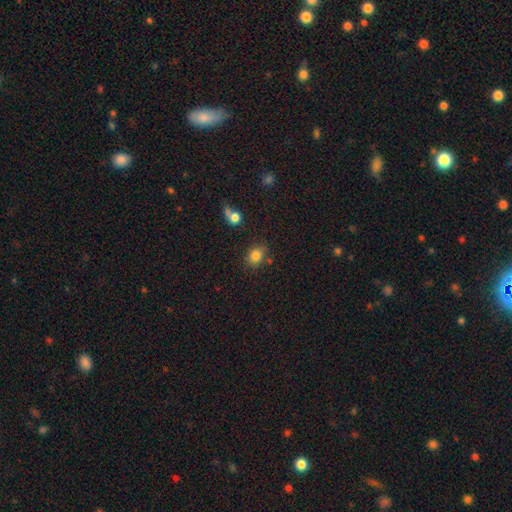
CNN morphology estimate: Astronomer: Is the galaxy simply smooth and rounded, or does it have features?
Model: smooth — 82%.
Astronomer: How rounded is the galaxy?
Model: round — 57% (runner-up: in between, 41%).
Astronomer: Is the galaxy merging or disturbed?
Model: none — 73%.